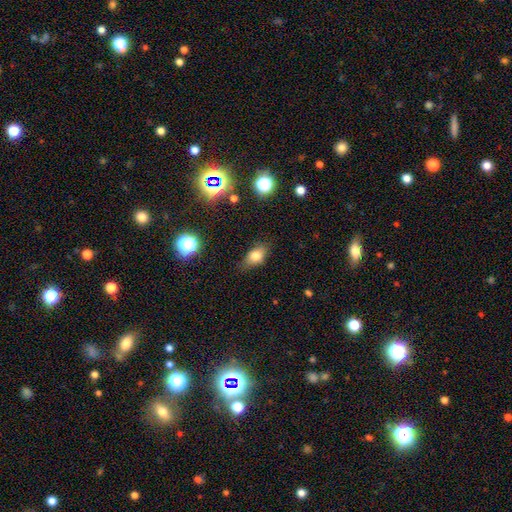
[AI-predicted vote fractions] Smooth or featured? Predicted: smooth (p=0.76). How rounded? Predicted: in between (p=0.79). Merging? Predicted: none (p=0.73).